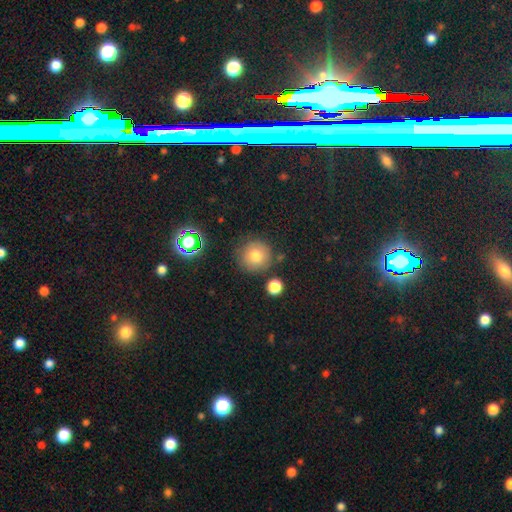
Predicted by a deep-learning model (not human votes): Q: Smooth or featured?
A: smooth (76%); runner-up: star or artifact (13%)
Q: How rounded?
A: round (94%); runner-up: in between (5%)
Q: Merging?
A: none (82%); runner-up: minor disturbance (10%)